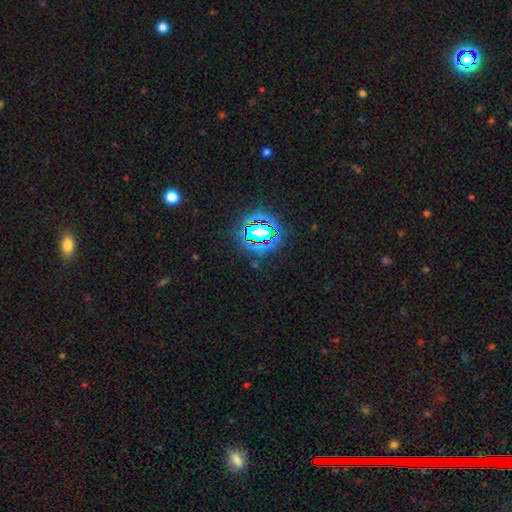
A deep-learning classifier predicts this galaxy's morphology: A star or artifact, not a galaxy (78%).